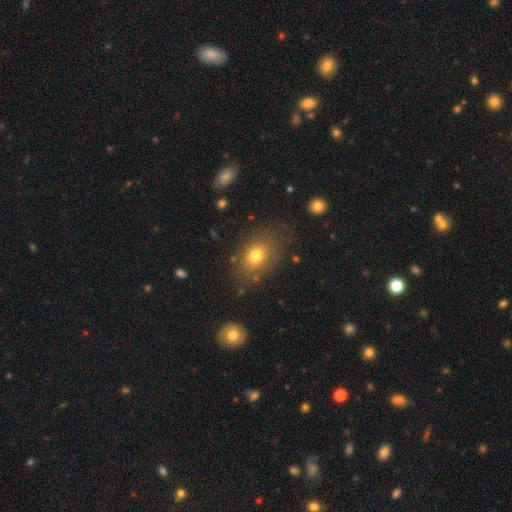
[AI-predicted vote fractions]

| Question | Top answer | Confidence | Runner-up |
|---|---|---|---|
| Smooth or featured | smooth | 75% | featured or disk (12%) |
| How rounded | in between | 67% | round (32%) |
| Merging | none | 74% | minor disturbance (15%) |